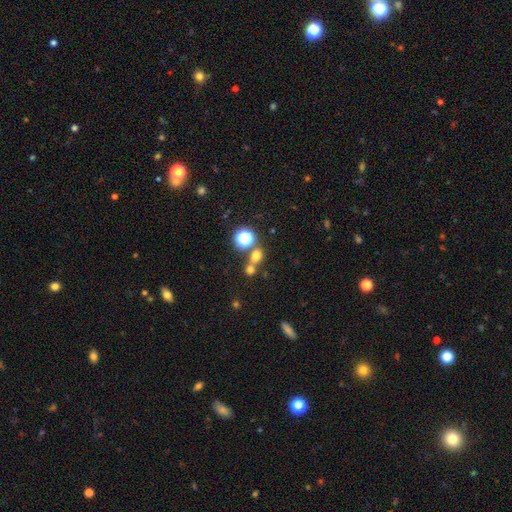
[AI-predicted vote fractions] Smooth or featured?
  - smooth: 64% *
  - star or artifact: 27%
  - featured or disk: 9%
How rounded?
  - round: 72% *
  - in between: 26%
  - cigar-shaped: 2%
Merging?
  - none: 55% *
  - merger: 33%
  - minor disturbance: 8%
  - major disturbance: 4%